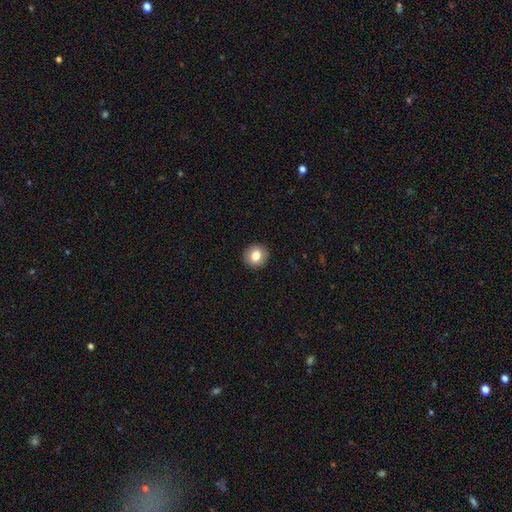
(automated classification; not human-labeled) smooth-or-featured: smooth: 80% | featured or disk: 11% | star or artifact: 9%
  how-rounded: round: 83% | in between: 16% | cigar-shaped: 1%
  merging: none: 92% | minor disturbance: 6% | major disturbance: 2% | merger: 1%